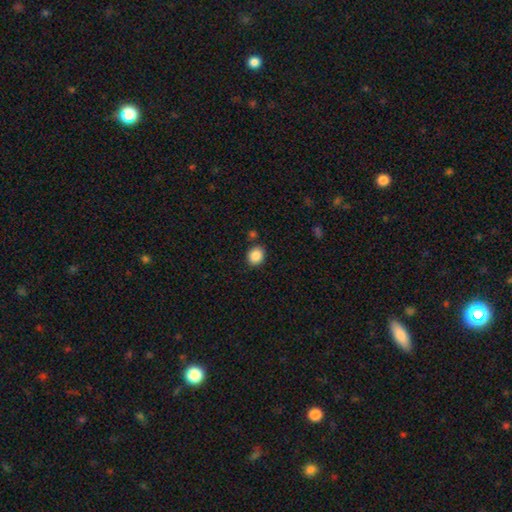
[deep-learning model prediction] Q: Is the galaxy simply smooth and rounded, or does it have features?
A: smooth — 88%.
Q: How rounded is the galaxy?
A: round — 60%.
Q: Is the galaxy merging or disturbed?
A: none — 83%.